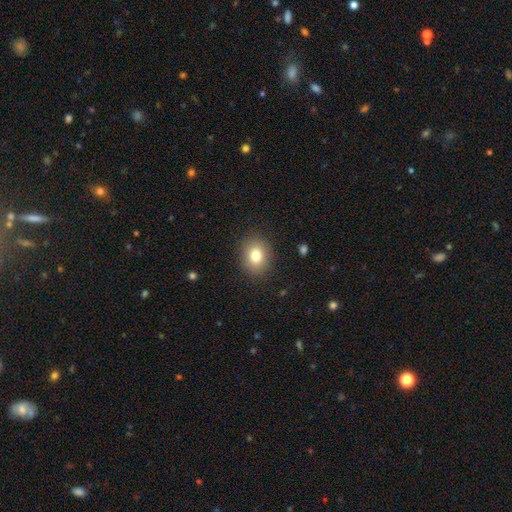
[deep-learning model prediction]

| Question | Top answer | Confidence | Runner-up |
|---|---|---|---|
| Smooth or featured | smooth | 79% | star or artifact (11%) |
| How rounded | round | 55% | in between (44%) |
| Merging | none | 89% | minor disturbance (8%) |